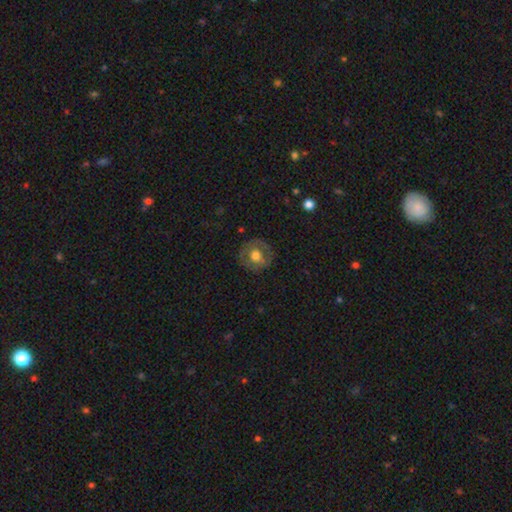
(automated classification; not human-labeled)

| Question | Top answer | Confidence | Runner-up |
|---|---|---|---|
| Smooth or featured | smooth | 51% | featured or disk (42%) |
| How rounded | round | 87% | in between (12%) |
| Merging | none | 80% | minor disturbance (13%) |